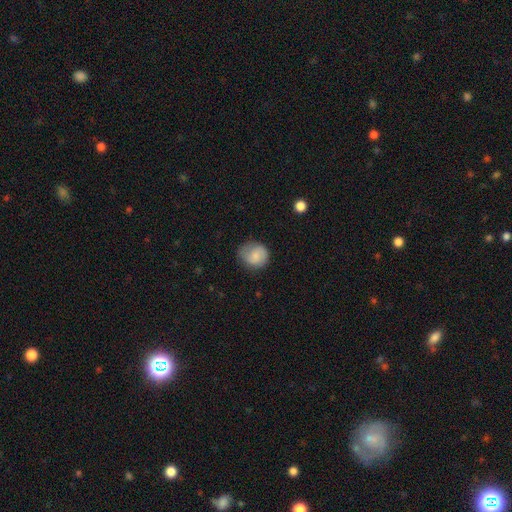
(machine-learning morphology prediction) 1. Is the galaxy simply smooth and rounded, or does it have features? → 73% smooth, 20% featured or disk, 7% star or artifact.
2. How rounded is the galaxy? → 78% round, 21% in between, 1% cigar-shaped.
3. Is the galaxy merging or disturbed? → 65% none, 25% minor disturbance, 8% major disturbance, 1% merger.